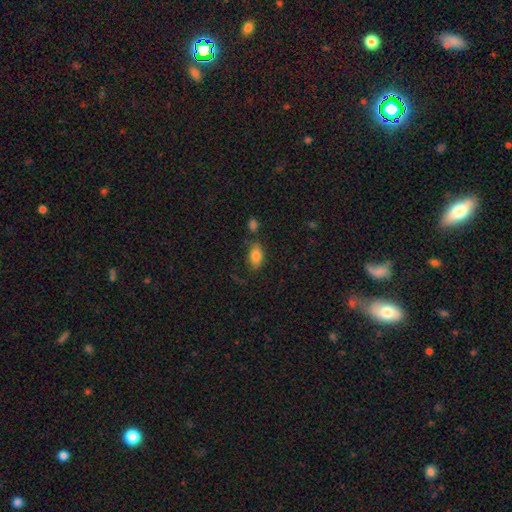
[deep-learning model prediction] The model was most divided on "merging": none: 66%, minor disturbance: 18%, merger: 9%, major disturbance: 7%. More confident: how rounded — in between (91%); smooth or featured — smooth (82%).